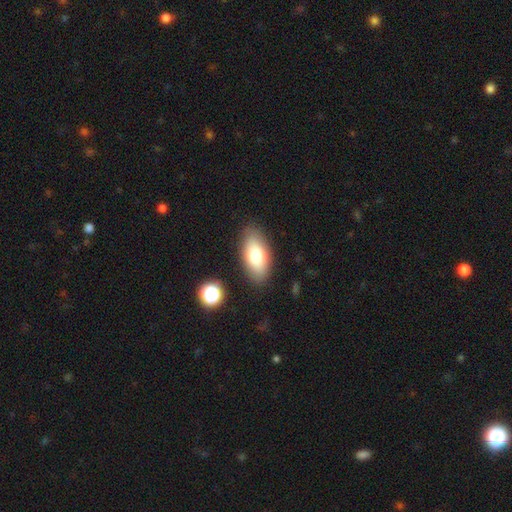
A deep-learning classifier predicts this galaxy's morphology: Smooth or featured?
  - smooth: 75% *
  - featured or disk: 17%
  - star or artifact: 8%
How rounded?
  - in between: 91% *
  - cigar-shaped: 5%
  - round: 4%
Merging?
  - none: 85% *
  - minor disturbance: 10%
  - major disturbance: 3%
  - merger: 2%